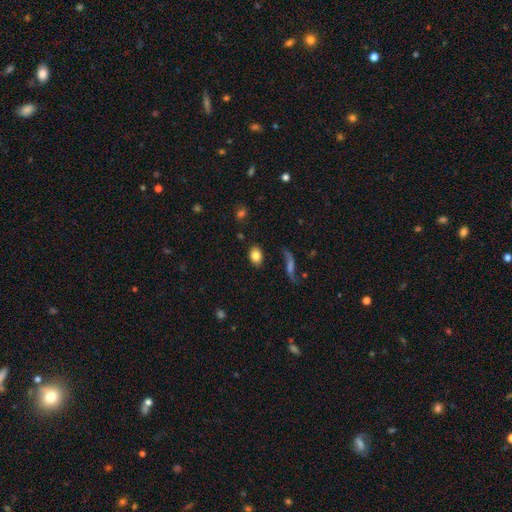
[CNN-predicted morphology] Smooth or featured?
  - smooth: 82% *
  - featured or disk: 10%
  - star or artifact: 9%
How rounded?
  - in between: 70% *
  - round: 28%
  - cigar-shaped: 2%
Merging?
  - none: 82% *
  - minor disturbance: 12%
  - major disturbance: 4%
  - merger: 3%